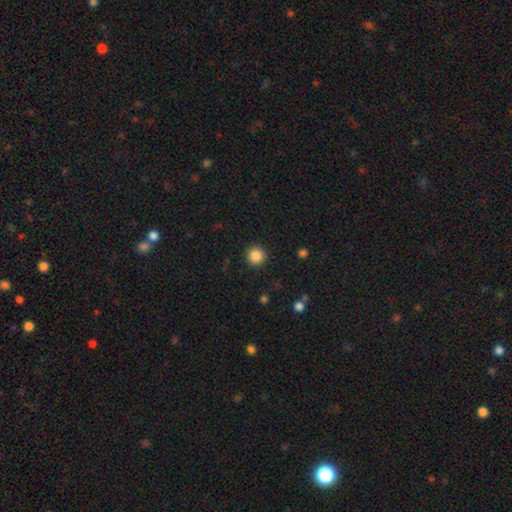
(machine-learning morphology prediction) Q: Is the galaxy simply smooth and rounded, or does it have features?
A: smooth — 86%.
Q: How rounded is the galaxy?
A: round — 96%.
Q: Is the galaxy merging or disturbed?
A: none — 92%.